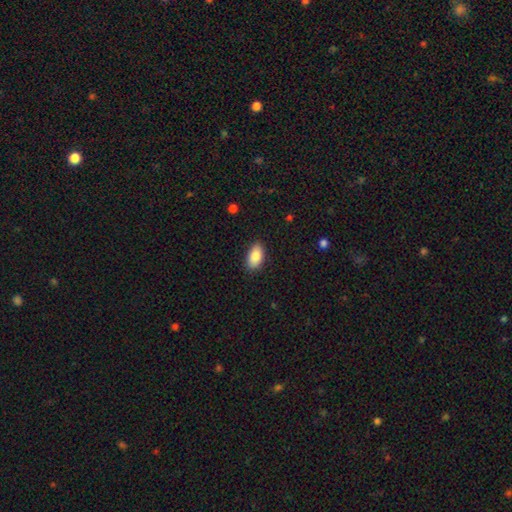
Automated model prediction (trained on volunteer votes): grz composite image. It shows a smooth galaxy with no disk features (87%) that is in between round and cigar-shaped (93%). Merging: none (85%).